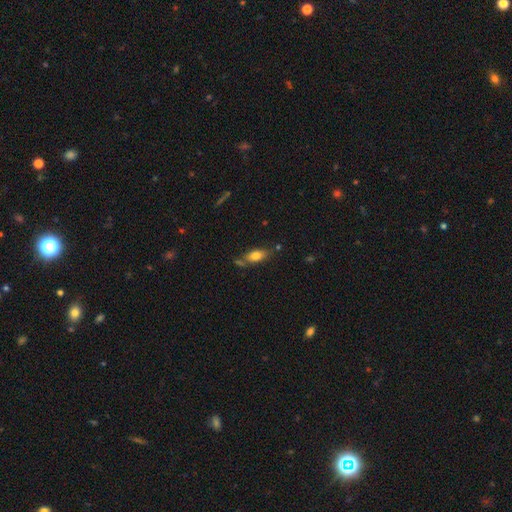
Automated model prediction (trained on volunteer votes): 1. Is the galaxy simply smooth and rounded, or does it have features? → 74% smooth, 17% featured or disk, 8% star or artifact.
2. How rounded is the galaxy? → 80% in between, 16% cigar-shaped, 4% round.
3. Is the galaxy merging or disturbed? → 61% none, 20% minor disturbance, 13% merger, 6% major disturbance.